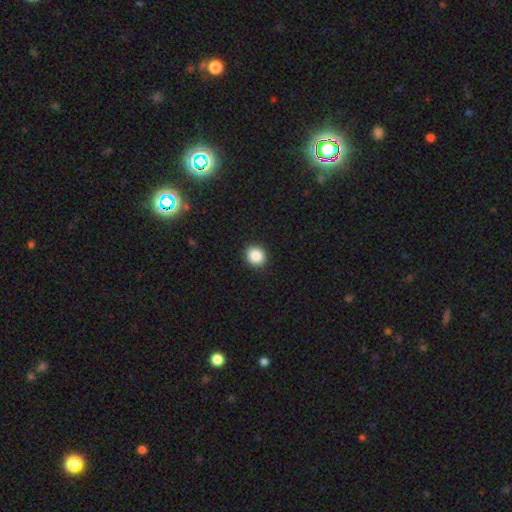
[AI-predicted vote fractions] Smooth or featured? smooth (87%)
How rounded? round (83%)
Merging? none (92%)